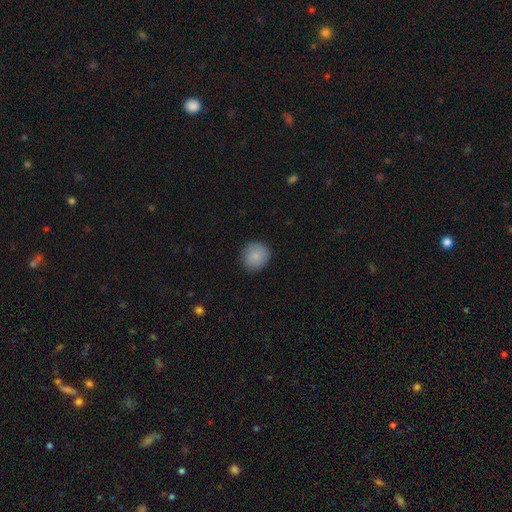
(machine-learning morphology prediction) Smooth or featured: smooth — 86% (star or artifact — 8%)
How rounded: round — 87% (in between — 12%)
Merging: none — 87% (minor disturbance — 10%)